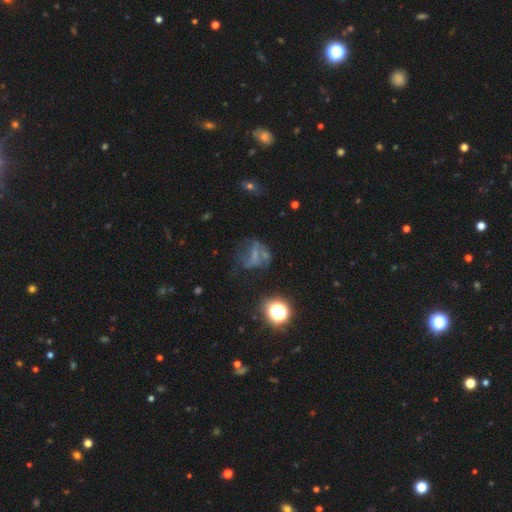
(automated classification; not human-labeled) Smooth or featured: featured or disk — 43% (star or artifact — 29%)
Merging: none — 41% (major disturbance — 32%)